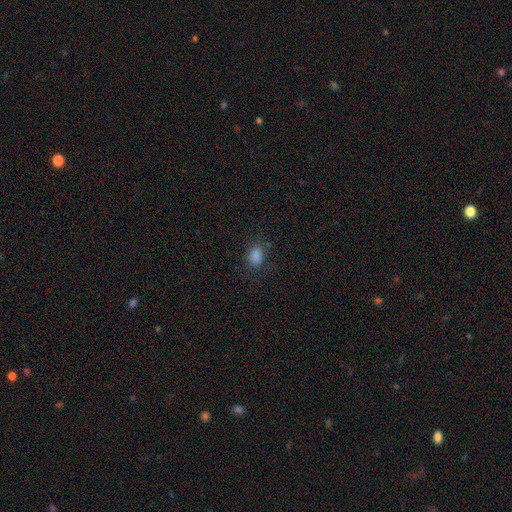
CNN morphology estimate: Q: Smooth or featured?
A: smooth (81%); runner-up: star or artifact (14%)
Q: How rounded?
A: in between (66%); runner-up: round (33%)
Q: Merging?
A: none (78%); runner-up: minor disturbance (15%)